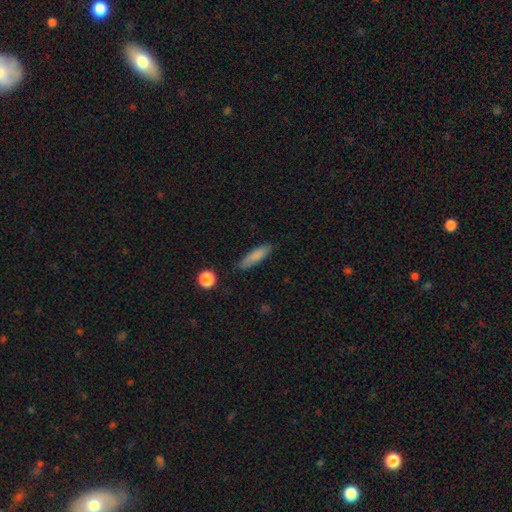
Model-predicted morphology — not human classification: This is clearly a smooth galaxy (81%). How rounded: likely cigar-shaped (65%). Merging: likely none (80%).